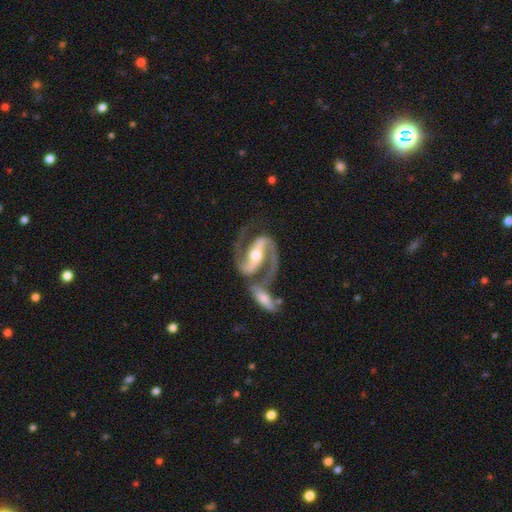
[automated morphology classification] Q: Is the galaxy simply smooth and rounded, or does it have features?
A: featured or disk — 92%.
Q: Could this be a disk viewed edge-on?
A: no — 96%.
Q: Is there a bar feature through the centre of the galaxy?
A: strong — 65%.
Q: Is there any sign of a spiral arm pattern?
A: yes — 98%.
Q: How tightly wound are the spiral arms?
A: medium — 61%.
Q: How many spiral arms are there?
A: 2 — 93%.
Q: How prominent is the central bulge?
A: moderate — 65%.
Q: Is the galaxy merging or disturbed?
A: none — 51%.